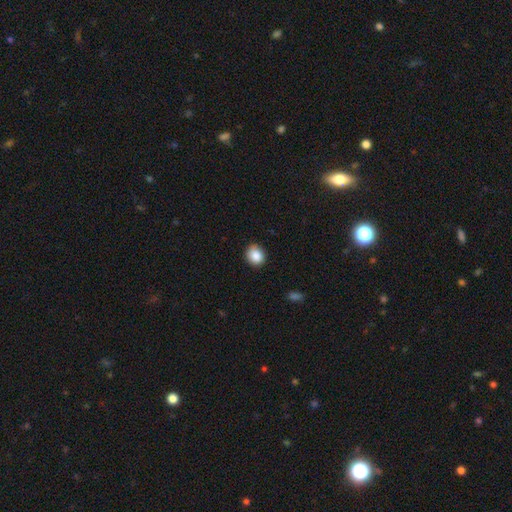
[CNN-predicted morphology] The model was most divided on "how rounded": round: 73%, in between: 26%, cigar-shaped: 1%. More confident: smooth or featured — smooth (87%); merging — none (85%).